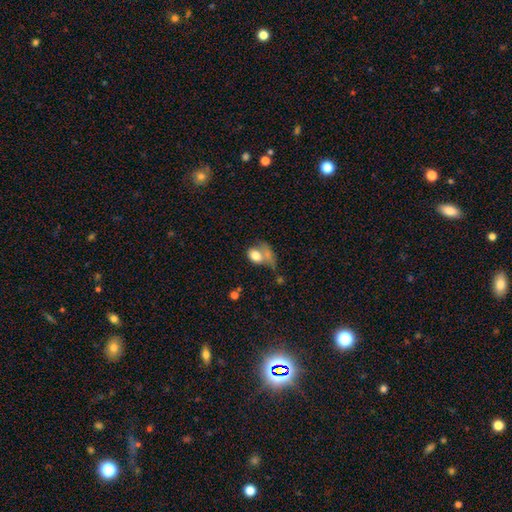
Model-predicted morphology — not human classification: smooth-or-featured: smooth: 73% | featured or disk: 18% | star or artifact: 9%
  how-rounded: in between: 69% | round: 28% | cigar-shaped: 2%
  merging: merger: 33% | major disturbance: 26% | none: 24% | minor disturbance: 17%